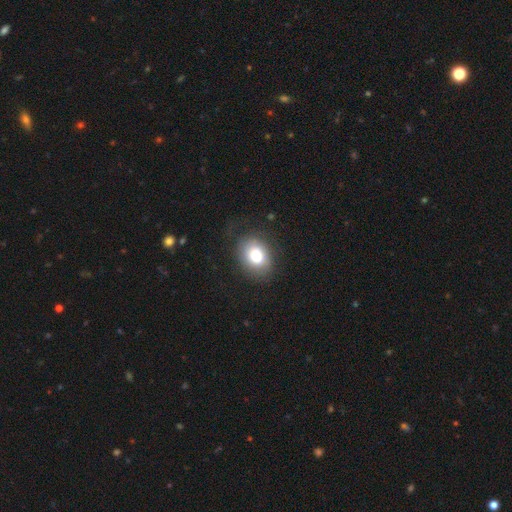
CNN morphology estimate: smooth_or_featured: smooth (p=0.77) [alt: featured or disk p=0.14]
how_rounded: in between (p=0.61) [alt: round p=0.38]
merging: none (p=0.72) [alt: minor disturbance p=0.17]